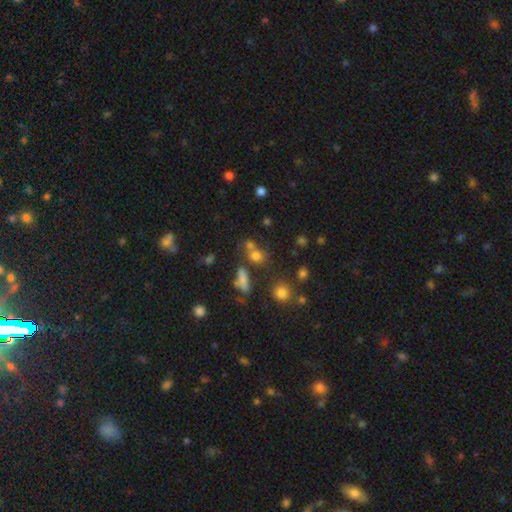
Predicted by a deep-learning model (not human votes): Smooth or featured? smooth (69%)
How rounded? round (53%)
Merging? none (49%)